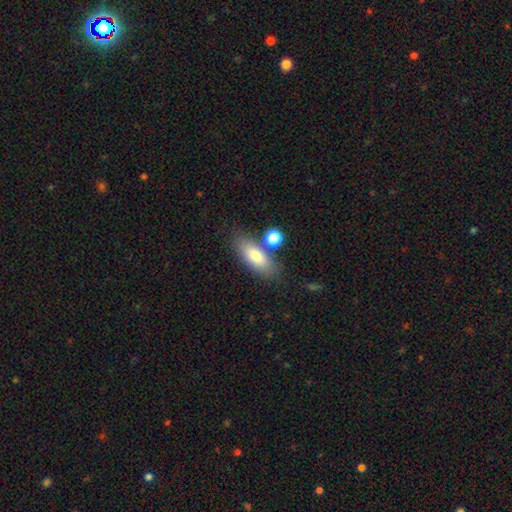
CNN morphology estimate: The model was most divided on "how rounded": in between: 74%, cigar-shaped: 22%, round: 4%. More confident: smooth or featured — smooth (79%); merging — none (71%).